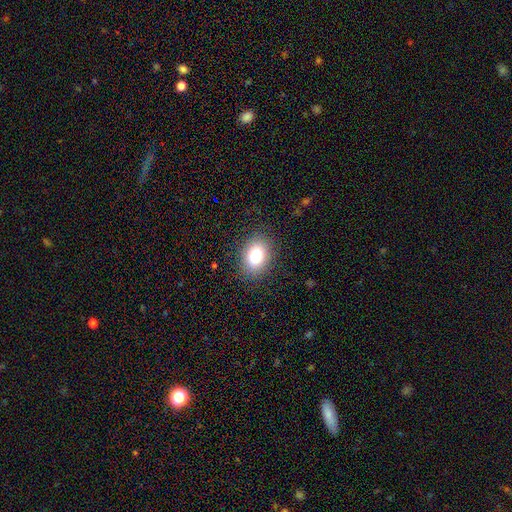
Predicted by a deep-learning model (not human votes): Q: Smooth or featured?
A: smooth (81%); runner-up: star or artifact (10%)
Q: How rounded?
A: in between (72%); runner-up: round (27%)
Q: Merging?
A: none (86%); runner-up: minor disturbance (10%)